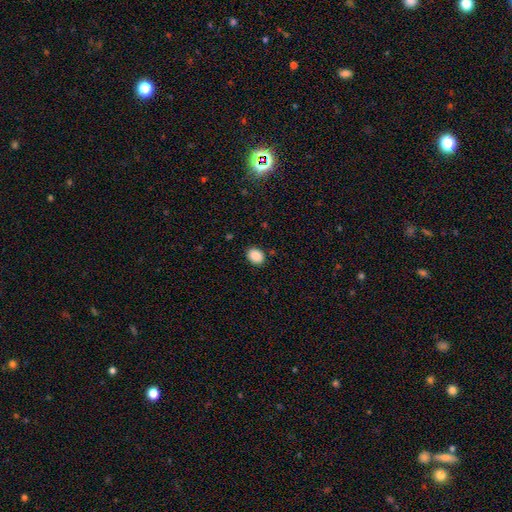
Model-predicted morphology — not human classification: The model was most divided on "how rounded": in between: 56%, round: 43%, cigar-shaped: 1%. More confident: smooth or featured — smooth (89%); merging — none (88%).